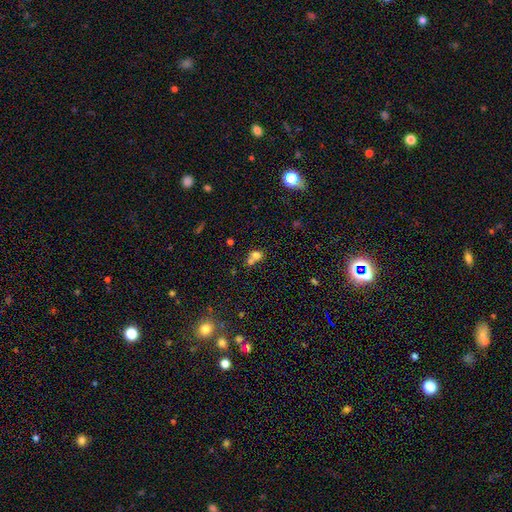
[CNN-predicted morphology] smooth-or-featured: smooth: 72% | star or artifact: 15% | featured or disk: 13%
  how-rounded: round: 60% | in between: 38% | cigar-shaped: 1%
  merging: merger: 58% | none: 30% | minor disturbance: 8% | major disturbance: 4%